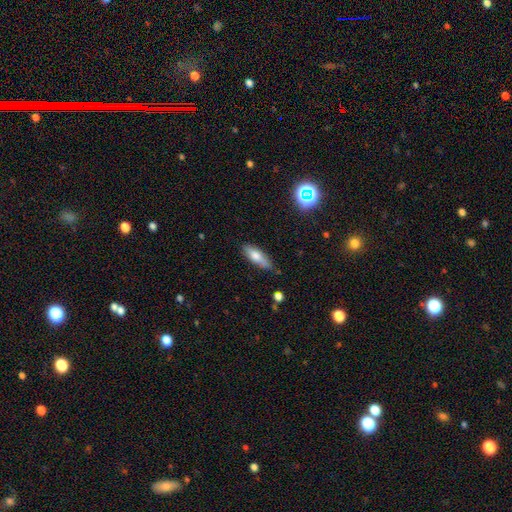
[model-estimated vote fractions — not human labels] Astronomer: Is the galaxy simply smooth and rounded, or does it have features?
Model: smooth — 70%.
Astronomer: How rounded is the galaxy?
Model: in between — 55% (runner-up: cigar-shaped, 43%).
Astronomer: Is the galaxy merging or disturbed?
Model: none — 77%.